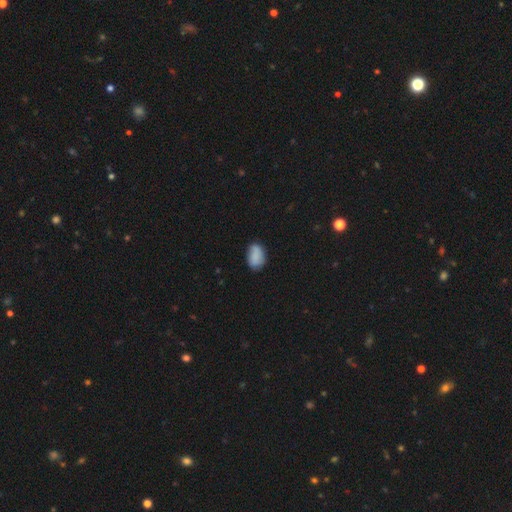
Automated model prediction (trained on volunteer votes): Smooth or featured: smooth — 83% (featured or disk — 9%)
How rounded: in between — 84% (round — 15%)
Merging: none — 73% (minor disturbance — 21%)